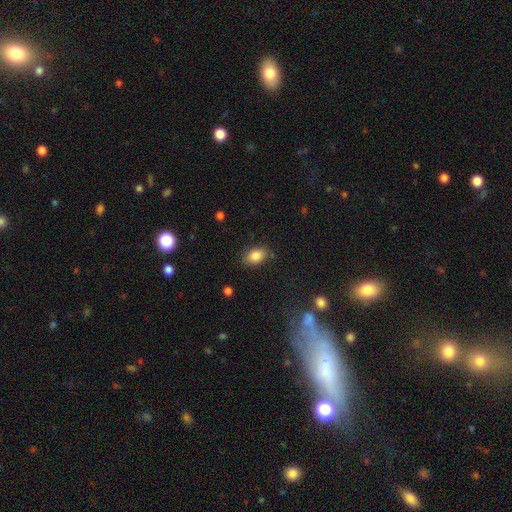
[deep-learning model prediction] Smooth or featured? smooth (85%)
How rounded? in between (81%)
Merging? none (78%)